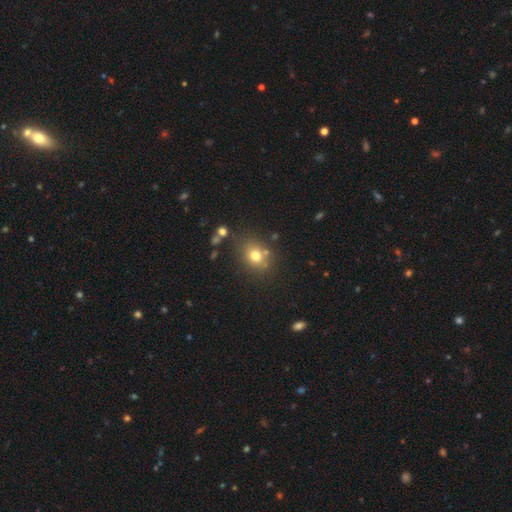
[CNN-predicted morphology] A smooth galaxy with no disk features (75%) that is round (57%).

Vote fractions:
- Smooth or featured? smooth: 75% / star or artifact: 14% / featured or disk: 11%
- How rounded? round: 57% / in between: 42% / cigar-shaped: 1%
- Merging? none: 73% / minor disturbance: 14% / merger: 8% / major disturbance: 5%